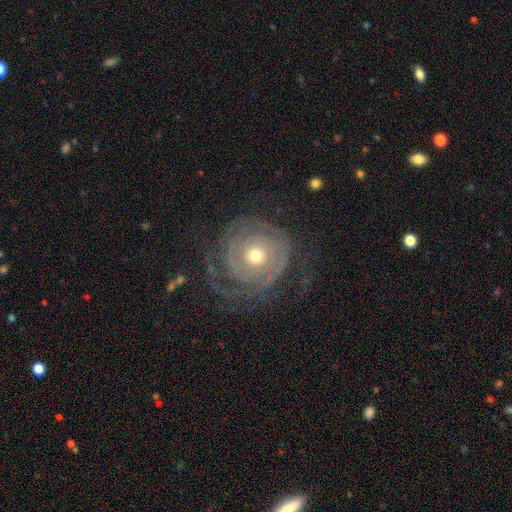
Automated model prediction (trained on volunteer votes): A featured or disk galaxy (80%) with no bar (84%), tight (71%) spiral arms (86%) and a moderate central bulge (60%). Merging: none (64%).